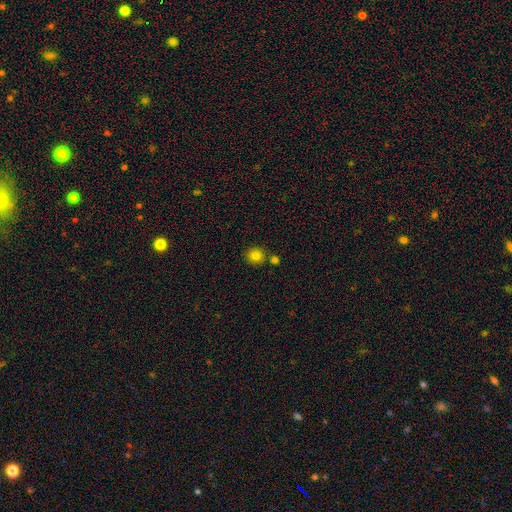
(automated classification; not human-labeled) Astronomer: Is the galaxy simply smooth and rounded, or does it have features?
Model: smooth — 82%.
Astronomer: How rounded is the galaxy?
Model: round — 91%.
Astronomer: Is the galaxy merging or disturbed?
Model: none — 78%.